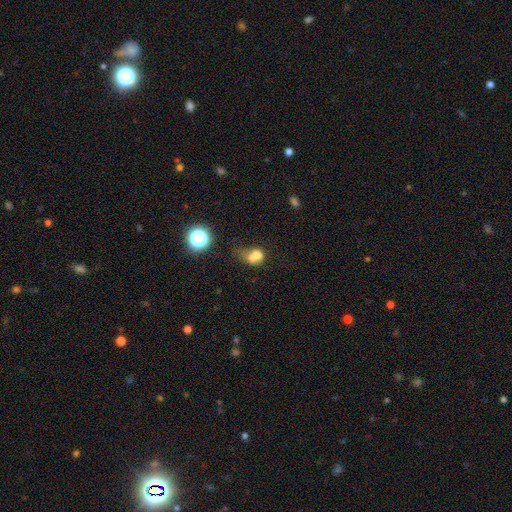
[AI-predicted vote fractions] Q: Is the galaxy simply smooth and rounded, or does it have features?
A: smooth — 65%.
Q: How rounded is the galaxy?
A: round — 54%.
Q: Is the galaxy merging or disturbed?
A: merger — 51%.